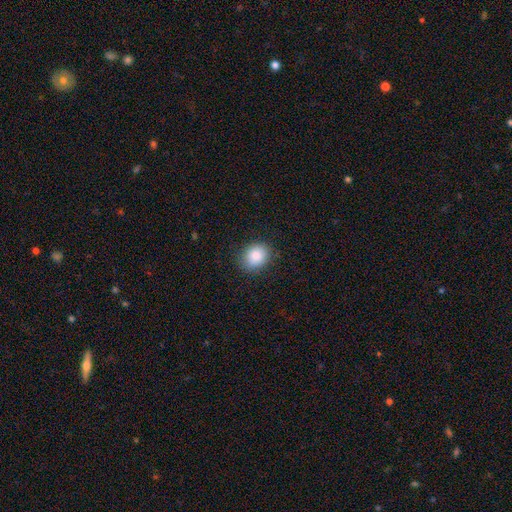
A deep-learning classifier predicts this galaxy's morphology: This is clearly a smooth galaxy (86%). How rounded: likely round (63%). Merging: clearly none (86%).